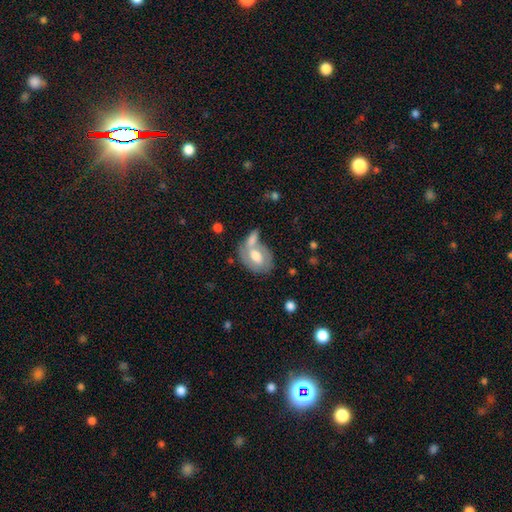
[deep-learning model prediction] Smooth or featured? smooth (47%)
Merging? none (38%)